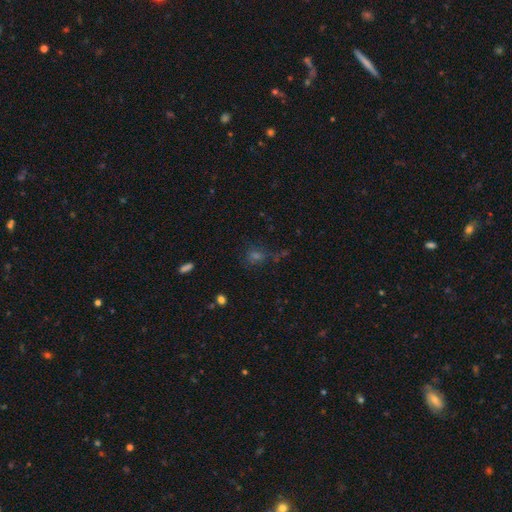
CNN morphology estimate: This is marginally a smooth galaxy (43%). Merging: possibly none (58%).